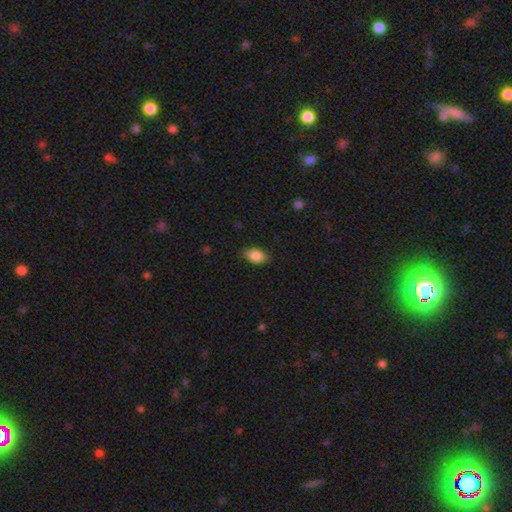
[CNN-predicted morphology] type=smooth (84%); roundness=in between (88%); merging=none (84%).